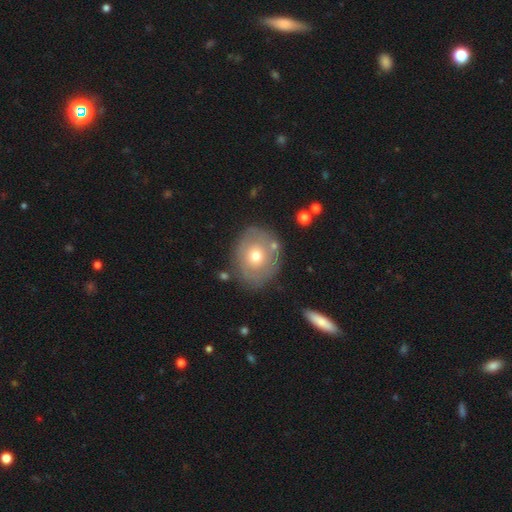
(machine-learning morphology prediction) type=smooth (52%); roundness=round (58%); merging=none (74%).